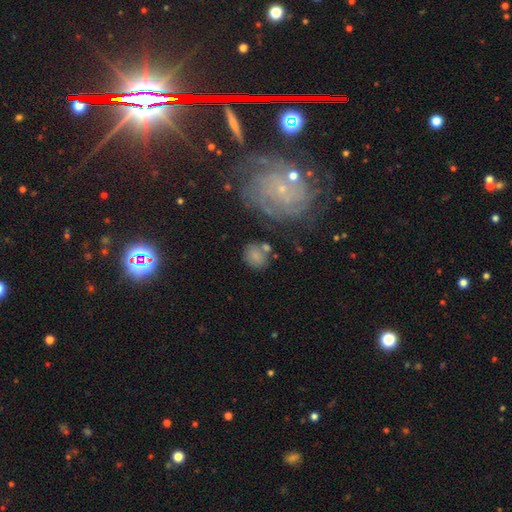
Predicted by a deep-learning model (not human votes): Smooth or featured? Predicted: smooth (p=0.73). How rounded? Predicted: round (p=0.61). Merging? Predicted: none (p=0.60).